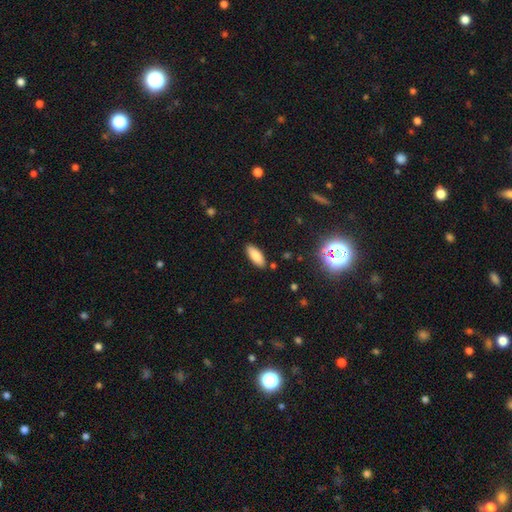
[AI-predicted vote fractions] Overall: smooth (84%). How rounded: in between (82%). Merging: none (87%).